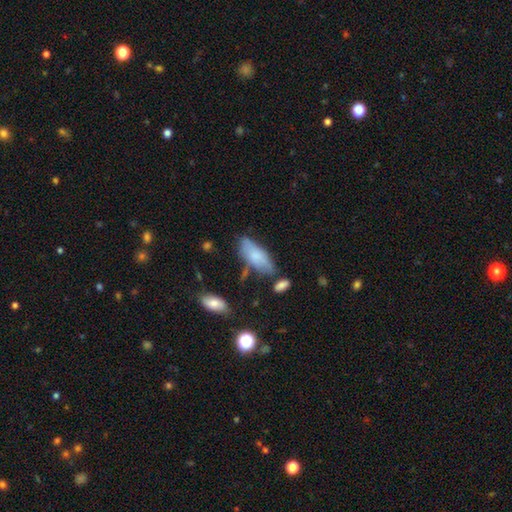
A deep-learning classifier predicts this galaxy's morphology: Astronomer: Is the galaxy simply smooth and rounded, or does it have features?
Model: smooth — 71%.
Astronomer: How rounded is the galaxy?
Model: in between — 82%.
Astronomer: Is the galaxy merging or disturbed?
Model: none — 60%.